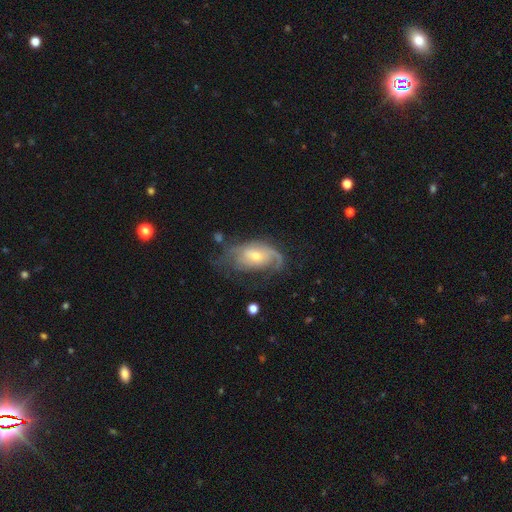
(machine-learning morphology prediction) smooth_or_featured: featured or disk (p=0.70) [alt: smooth p=0.23]
disk_edge_on: no (p=0.94) [alt: yes p=0.06]
bar: no (p=0.67) [alt: weak p=0.27]
has_spiral_arms: yes (p=0.81) [alt: no p=0.19]
spiral_winding: medium (p=0.35) [alt: tight p=0.33]
spiral_arm_count: 1 (p=0.38) [alt: can't tell p=0.28]
bulge_size: small (p=0.48) [alt: moderate p=0.47]
merging: none (p=0.40) [alt: major disturbance p=0.31]